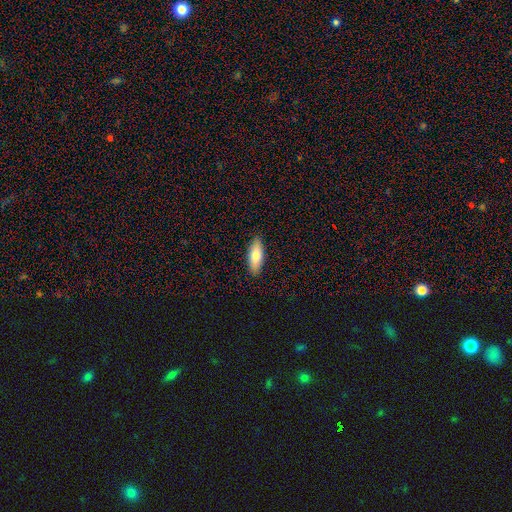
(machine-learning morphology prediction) smooth 76%, featured or disk 18%, star or artifact 6%. Down the decision tree: how rounded — in between (73%); merging — none (89%).